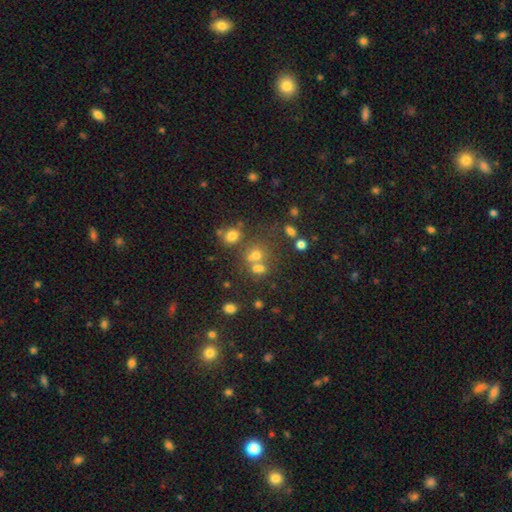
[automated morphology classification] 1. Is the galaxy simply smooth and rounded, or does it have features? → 60% smooth, 25% star or artifact, 15% featured or disk.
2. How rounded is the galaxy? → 67% round, 31% in between, 1% cigar-shaped.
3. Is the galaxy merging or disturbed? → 46% none, 38% merger, 10% minor disturbance, 6% major disturbance.